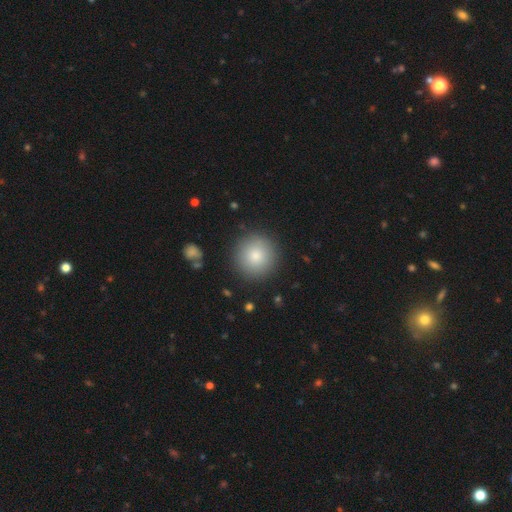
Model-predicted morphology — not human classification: A smooth galaxy with no disk features (83%) that is round (94%). Merging: none (89%).